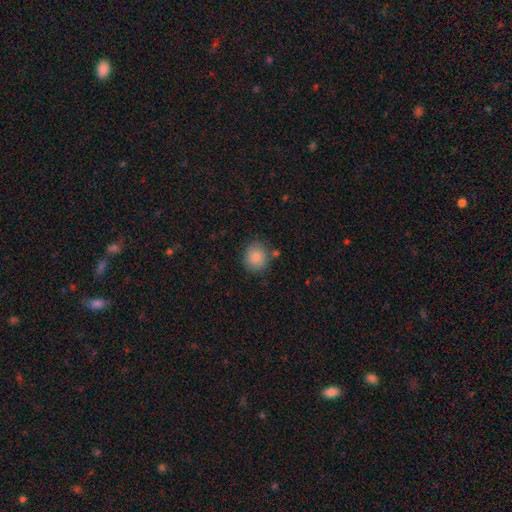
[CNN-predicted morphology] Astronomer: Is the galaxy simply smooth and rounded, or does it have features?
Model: smooth — 85%.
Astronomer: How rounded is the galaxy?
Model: round — 79%.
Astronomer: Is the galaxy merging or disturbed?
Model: none — 81%.